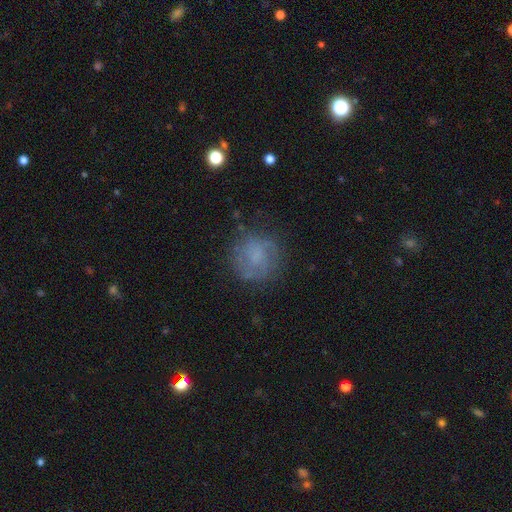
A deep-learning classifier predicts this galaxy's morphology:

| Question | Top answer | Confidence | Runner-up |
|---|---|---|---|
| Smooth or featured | smooth | 48% | featured or disk (38%) |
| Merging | none | 71% | minor disturbance (17%) |